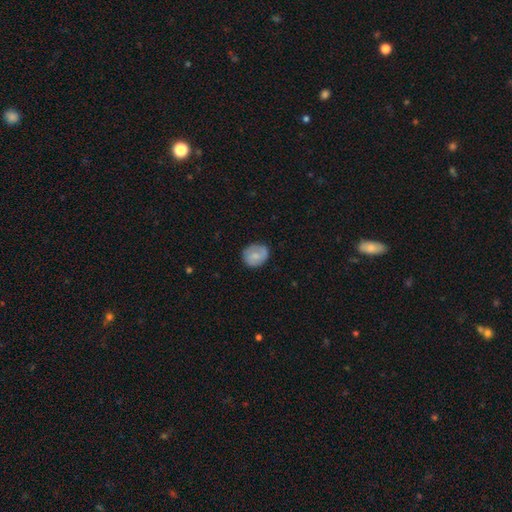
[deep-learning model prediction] This is likely a smooth galaxy (72%). How rounded: likely round (67%). Merging: likely none (78%).